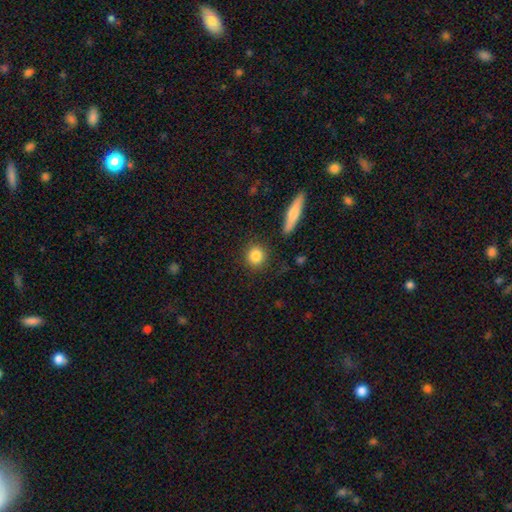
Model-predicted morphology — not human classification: Overall: smooth (85%). How rounded: round (88%). Merging: none (88%).